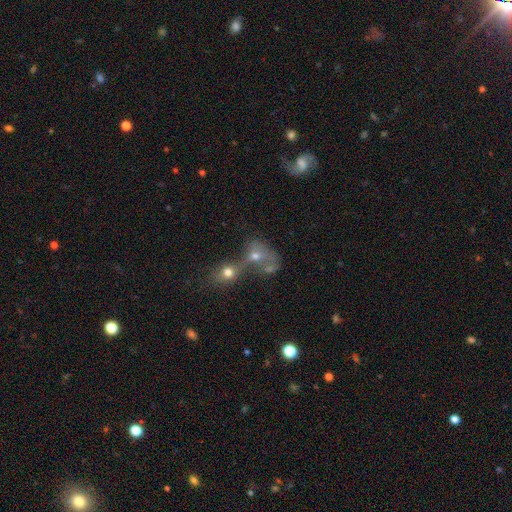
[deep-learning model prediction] Smooth or featured? smooth (59%)
How rounded? in between (53%)
Merging? merger (70%)